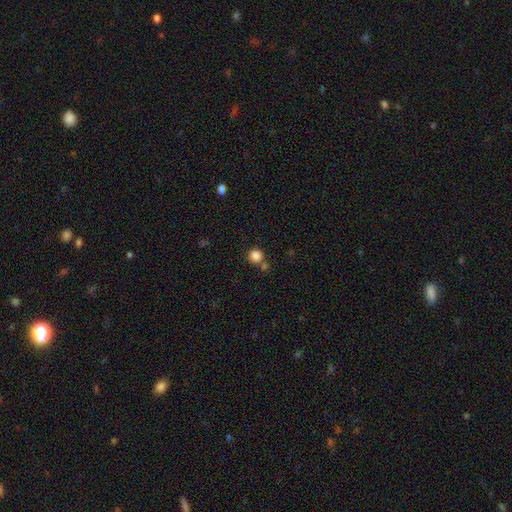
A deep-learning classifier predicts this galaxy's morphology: smooth_or_featured: smooth (p=0.85) [alt: star or artifact p=0.11]
how_rounded: round (p=0.91) [alt: in between p=0.08]
merging: none (p=0.68) [alt: merger p=0.19]